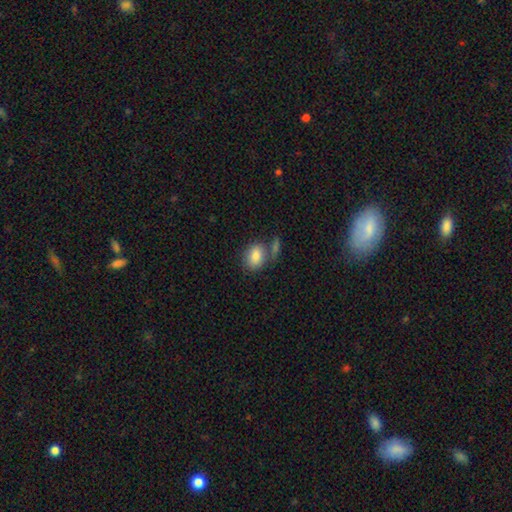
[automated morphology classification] This is clearly a smooth galaxy (84%). How rounded: likely in between (67%). Merging: possibly none (58%).